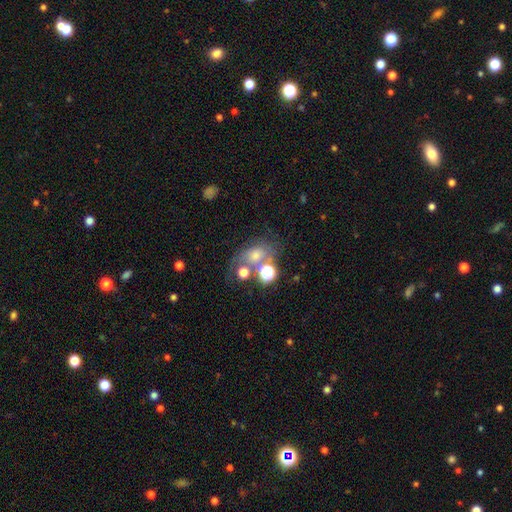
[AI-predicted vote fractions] smooth 42%, featured or disk 30%, star or artifact 28%. Down the decision tree: merging — none (44%).